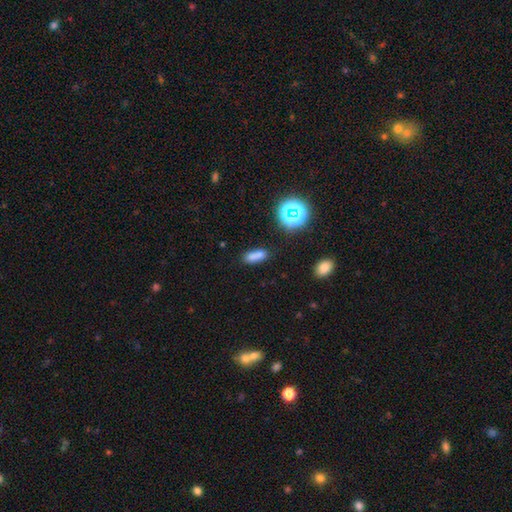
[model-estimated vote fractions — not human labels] smooth-or-featured: smooth: 76% | star or artifact: 16% | featured or disk: 7%
  how-rounded: in between: 60% | cigar-shaped: 34% | round: 6%
  merging: none: 77% | minor disturbance: 13% | merger: 6% | major disturbance: 4%